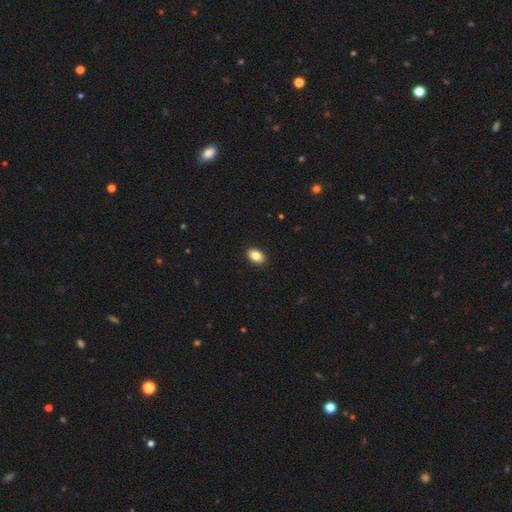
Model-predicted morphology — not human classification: Smooth or featured?
  - smooth: 85% *
  - star or artifact: 8%
  - featured or disk: 7%
How rounded?
  - in between: 87% *
  - round: 12%
  - cigar-shaped: 1%
Merging?
  - none: 91% *
  - minor disturbance: 7%
  - major disturbance: 2%
  - merger: 1%